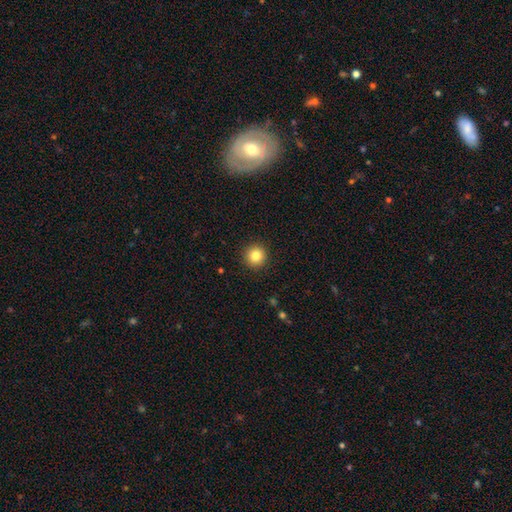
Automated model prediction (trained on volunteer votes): Morphology: type=smooth (83%); roundness=round (95%); merging=none (92%).